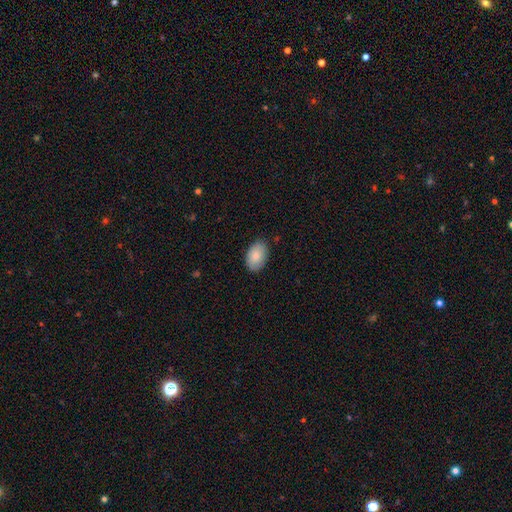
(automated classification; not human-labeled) This appears to be a smooth galaxy with no disk features (83%) that is in between round and cigar-shaped (89%). Merging: none (84%).